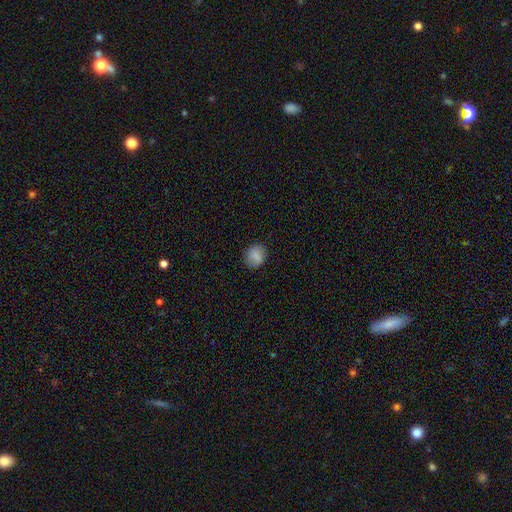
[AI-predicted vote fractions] Smooth or featured? Predicted: smooth (p=0.82). How rounded? Predicted: round (p=0.66). Merging? Predicted: none (p=0.84).